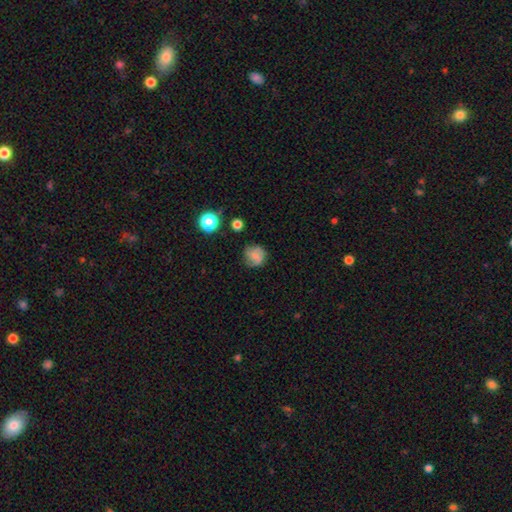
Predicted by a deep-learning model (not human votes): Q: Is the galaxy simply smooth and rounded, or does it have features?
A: smooth — 67%.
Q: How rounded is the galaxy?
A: round — 86%.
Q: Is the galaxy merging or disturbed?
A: none — 70%.